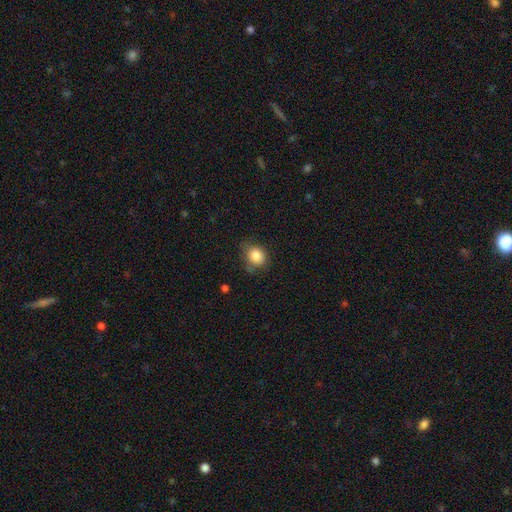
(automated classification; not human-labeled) A smooth galaxy with no disk features (85%) that is round (65%). Merging: none (67%).